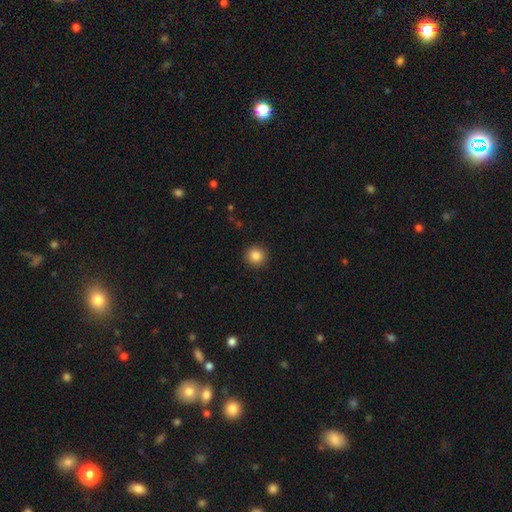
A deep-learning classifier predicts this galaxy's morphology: This is clearly a smooth galaxy (86%). How rounded: clearly round (93%). Merging: clearly none (92%).